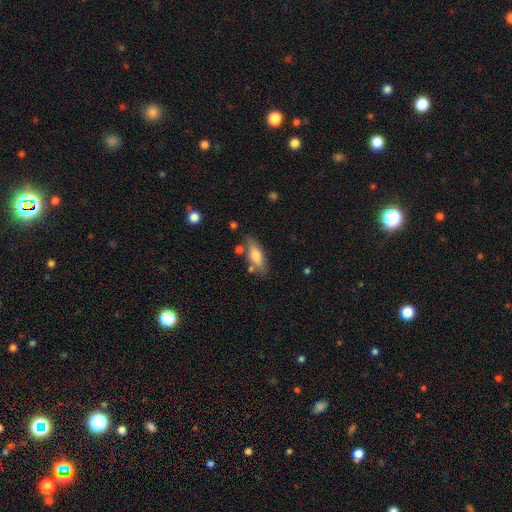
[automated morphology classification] smooth_or_featured: smooth (p=0.70) [alt: featured or disk p=0.23]
how_rounded: in between (p=0.71) [alt: cigar-shaped p=0.27]
merging: none (p=0.67) [alt: minor disturbance p=0.19]